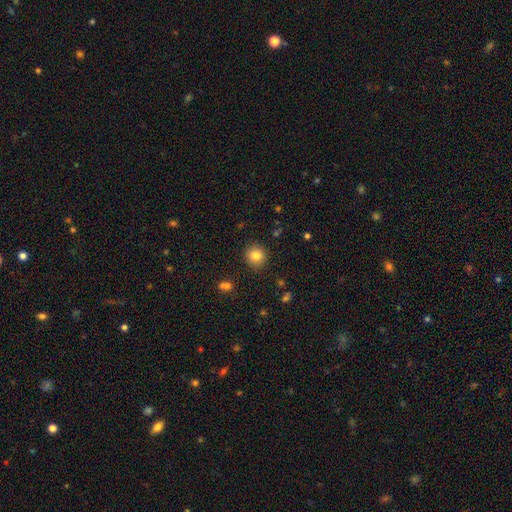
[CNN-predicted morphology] smooth-or-featured: smooth: 82% | star or artifact: 11% | featured or disk: 7%
  how-rounded: round: 88% | in between: 11% | cigar-shaped: 1%
  merging: none: 89% | minor disturbance: 7% | major disturbance: 2% | merger: 1%